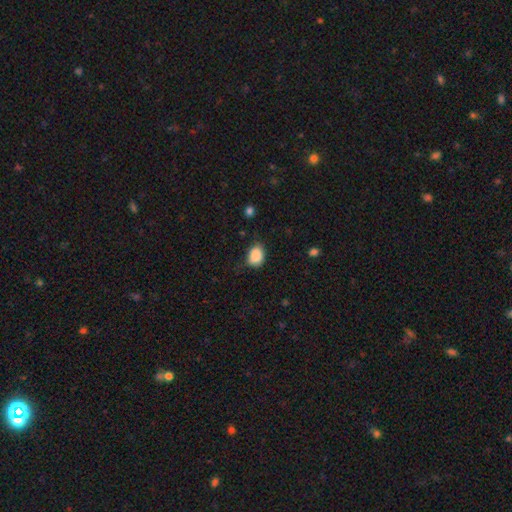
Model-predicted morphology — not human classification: A smooth galaxy with no disk features (88%) that is in between round and cigar-shaped (71%). Merging: none (65%).